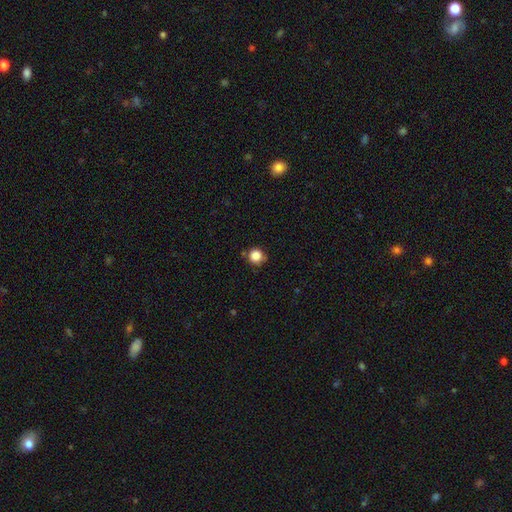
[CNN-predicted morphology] smooth-or-featured: smooth: 84% | star or artifact: 12% | featured or disk: 4%
  how-rounded: round: 93% | in between: 6% | cigar-shaped: 1%
  merging: none: 77% | minor disturbance: 15% | merger: 5% | major disturbance: 4%